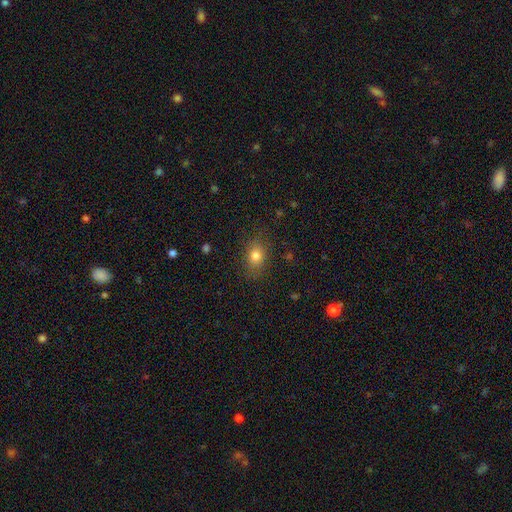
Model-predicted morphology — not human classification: Smooth or featured: smooth — 80% (star or artifact — 11%)
How rounded: in between — 66% (round — 32%)
Merging: none — 80% (minor disturbance — 14%)